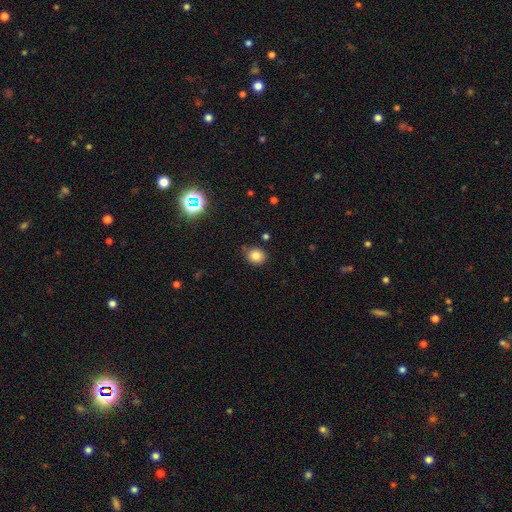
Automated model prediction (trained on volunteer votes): Morphology: type=smooth (80%); roundness=round (84%); merging=none (82%).